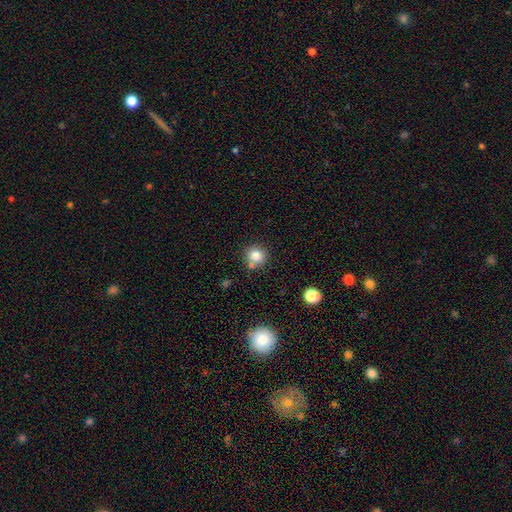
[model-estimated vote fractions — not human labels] Overall: smooth (80%). How rounded: round (90%). Merging: none (72%).